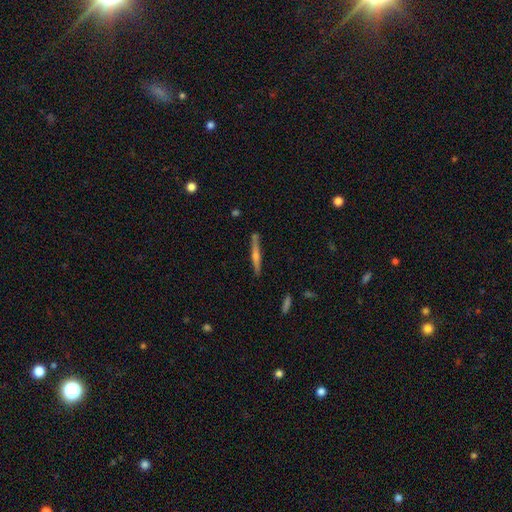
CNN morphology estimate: A featured or disk galaxy (68%) viewed edge-on (97%) with a rounded central bulge (72%). Merging: none (87%).